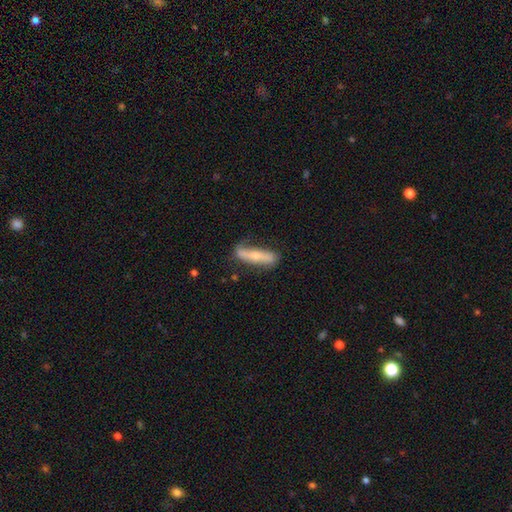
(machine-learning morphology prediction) Smooth or featured? Predicted: featured or disk (p=0.51). Edge-on disk? Predicted: yes (p=0.55). Merging? Predicted: none (p=0.65).